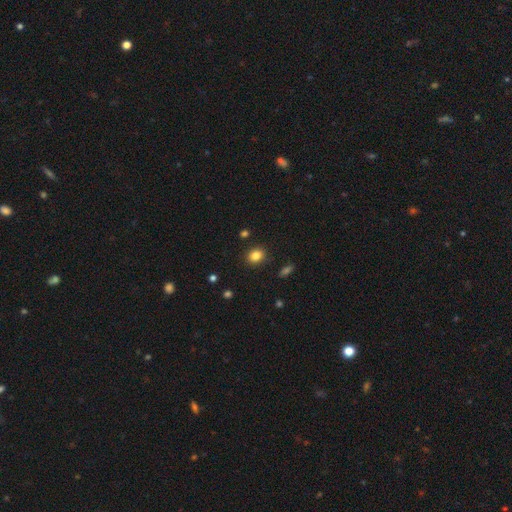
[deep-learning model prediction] Q: Smooth or featured?
A: smooth (84%); runner-up: star or artifact (11%)
Q: How rounded?
A: round (54%); runner-up: in between (45%)
Q: Merging?
A: none (88%); runner-up: minor disturbance (8%)